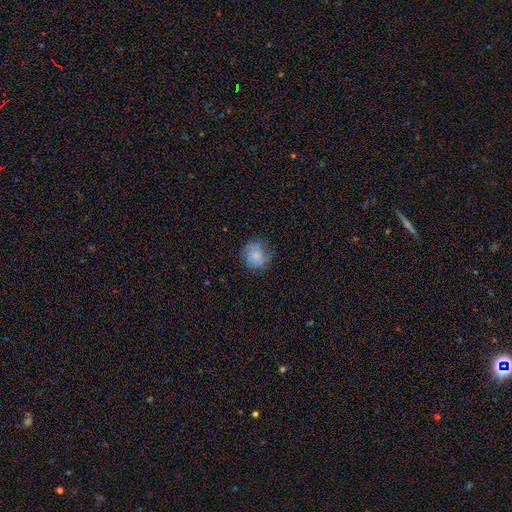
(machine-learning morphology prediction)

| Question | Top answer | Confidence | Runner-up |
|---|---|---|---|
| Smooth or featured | smooth | 55% | featured or disk (35%) |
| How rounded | round | 82% | in between (17%) |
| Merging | none | 69% | minor disturbance (21%) |